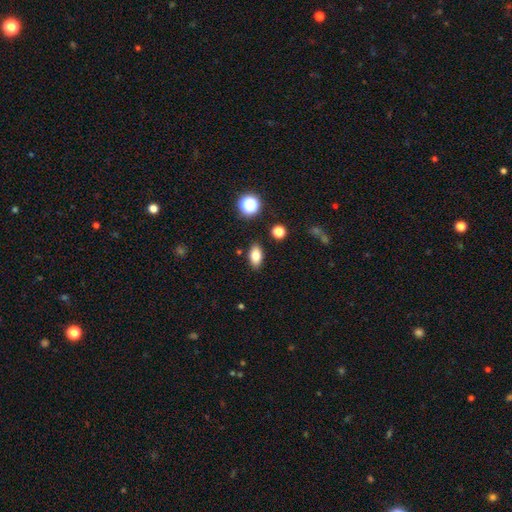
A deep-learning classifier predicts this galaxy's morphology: Smooth or featured?
  - smooth: 80% *
  - star or artifact: 10%
  - featured or disk: 10%
How rounded?
  - in between: 87% *
  - round: 8%
  - cigar-shaped: 5%
Merging?
  - none: 86% *
  - minor disturbance: 9%
  - merger: 2%
  - major disturbance: 2%